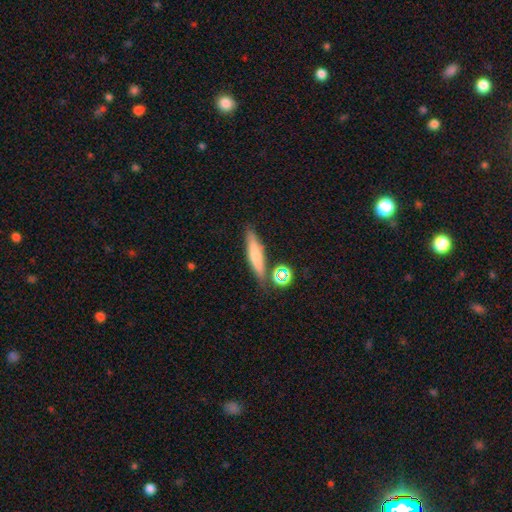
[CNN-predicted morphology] smooth 63%, featured or disk 27%, star or artifact 10%. Down the decision tree: how rounded — cigar-shaped (79%); merging — none (76%).